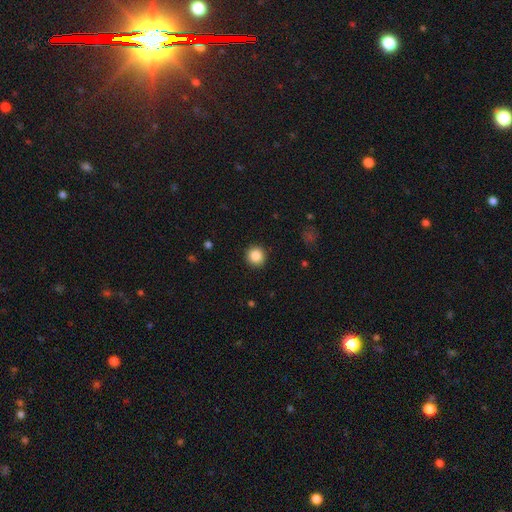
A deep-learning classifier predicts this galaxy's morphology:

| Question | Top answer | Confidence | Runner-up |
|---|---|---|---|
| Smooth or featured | smooth | 87% | star or artifact (10%) |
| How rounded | round | 94% | in between (5%) |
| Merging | none | 91% | minor disturbance (6%) |